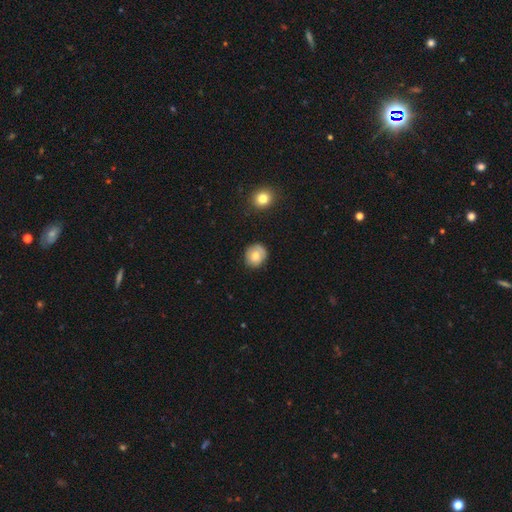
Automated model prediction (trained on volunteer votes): This appears to be a smooth galaxy with no disk features (71%) that is round (79%). Merging: none (75%).